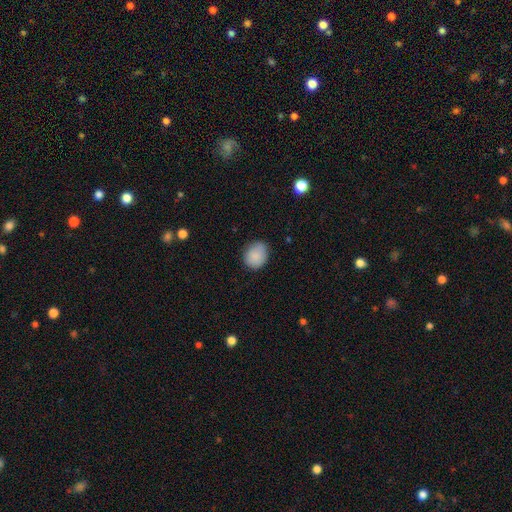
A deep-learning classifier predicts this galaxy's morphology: Smooth or featured? Predicted: smooth (p=0.88). How rounded? Predicted: round (p=0.60). Merging? Predicted: none (p=0.79).